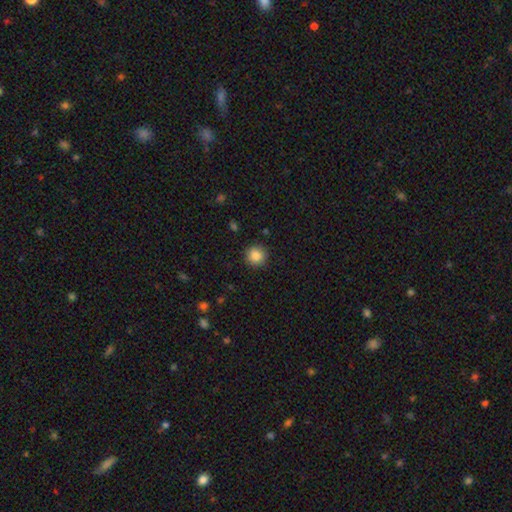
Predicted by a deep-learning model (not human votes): smooth 87%, star or artifact 9%, featured or disk 4%. Down the decision tree: how rounded — round (94%); merging — none (91%).